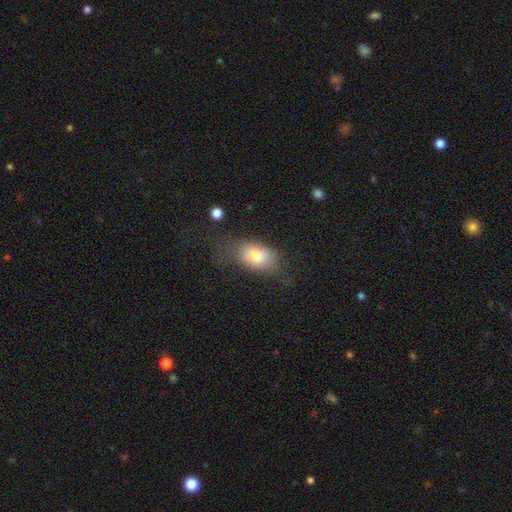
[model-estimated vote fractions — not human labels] Smooth or featured: smooth — 77% (featured or disk — 15%)
How rounded: in between — 86% (round — 10%)
Merging: none — 52% (minor disturbance — 27%)